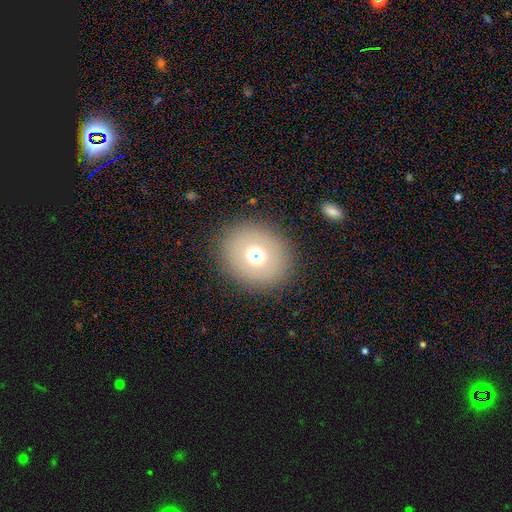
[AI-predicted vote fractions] The model was most divided on "smooth or featured": smooth: 64%, featured or disk: 21%, star or artifact: 16%. More confident: merging — none (87%); how rounded — round (77%).